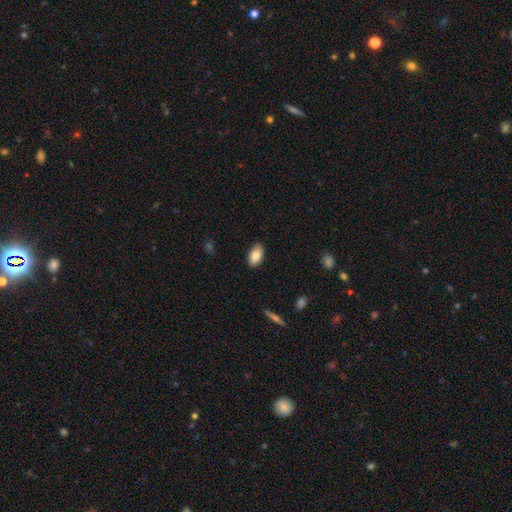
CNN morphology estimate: A smooth galaxy with no disk features (85%) that is in between round and cigar-shaped (93%). Merging: none (86%).